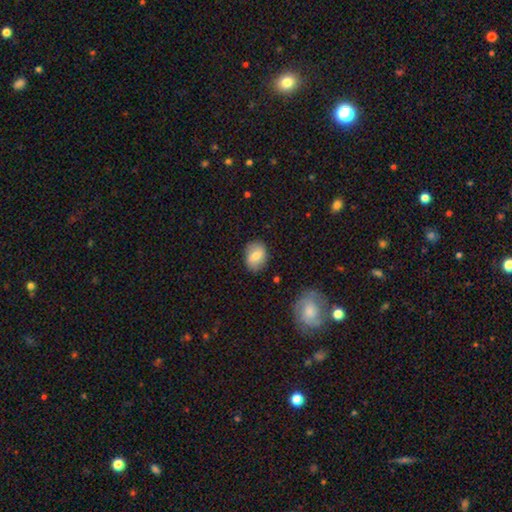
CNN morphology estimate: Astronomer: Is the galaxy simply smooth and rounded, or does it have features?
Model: smooth — 73%.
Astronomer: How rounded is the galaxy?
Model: in between — 62%.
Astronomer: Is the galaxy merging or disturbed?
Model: none — 83%.